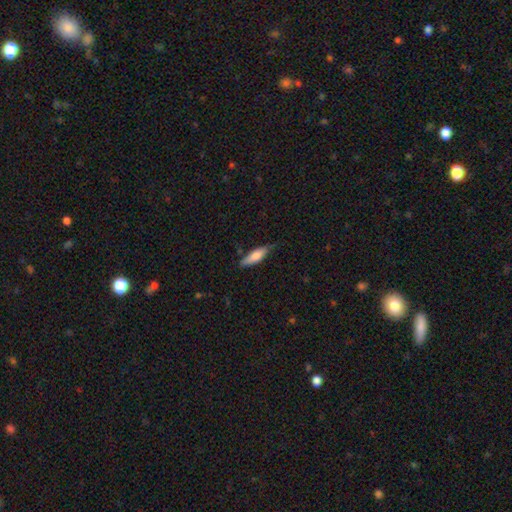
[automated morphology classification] smooth_or_featured: smooth (p=0.75) [alt: featured or disk p=0.19]
how_rounded: cigar-shaped (p=0.49) [tied with: in between p=0.49]
merging: none (p=0.67) [alt: minor disturbance p=0.26]